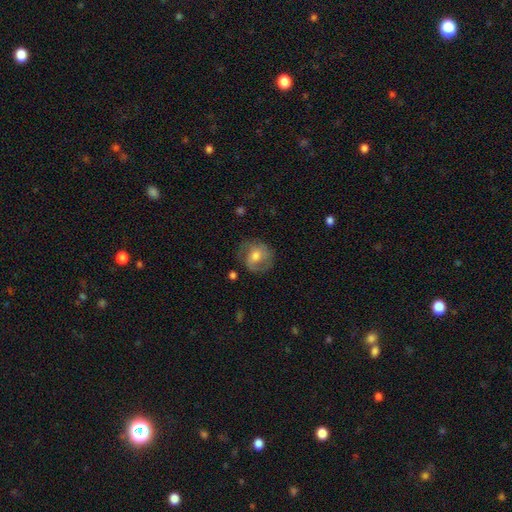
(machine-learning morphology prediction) Smooth or featured? featured or disk (52%)
Edge-on disk? no (97%)
Bar? no (57%)
Spiral arms? yes (79%)
Bulge size? moderate (68%)
Merging? none (67%)